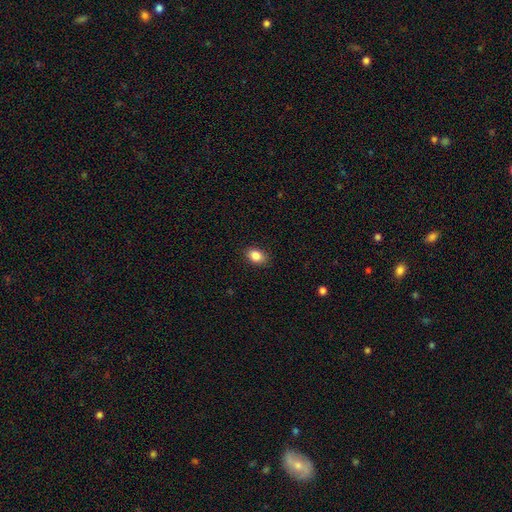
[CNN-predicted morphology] Smooth or featured?
  - smooth: 86% *
  - star or artifact: 9%
  - featured or disk: 5%
How rounded?
  - in between: 80% *
  - round: 19%
  - cigar-shaped: 1%
Merging?
  - none: 87% *
  - minor disturbance: 10%
  - major disturbance: 2%
  - merger: 1%